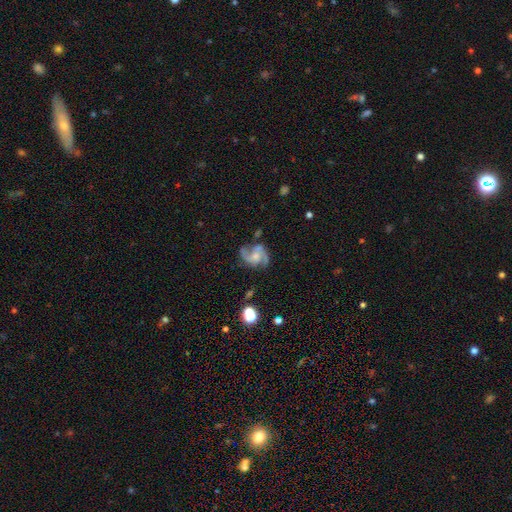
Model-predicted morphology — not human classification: Q: Smooth or featured?
A: featured or disk (87%); runner-up: smooth (7%)
Q: Edge-on disk?
A: no (98%); runner-up: yes (2%)
Q: Bar?
A: no (62%); runner-up: weak (31%)
Q: Spiral arms?
A: yes (97%); runner-up: no (3%)
Q: Spiral winding?
A: medium (57%); runner-up: loose (24%)
Q: Spiral arm count?
A: 2 (58%); runner-up: 3 (28%)
Q: Bulge size?
A: small (43%); runner-up: moderate (36%)
Q: Merging?
A: none (66%); runner-up: minor disturbance (20%)